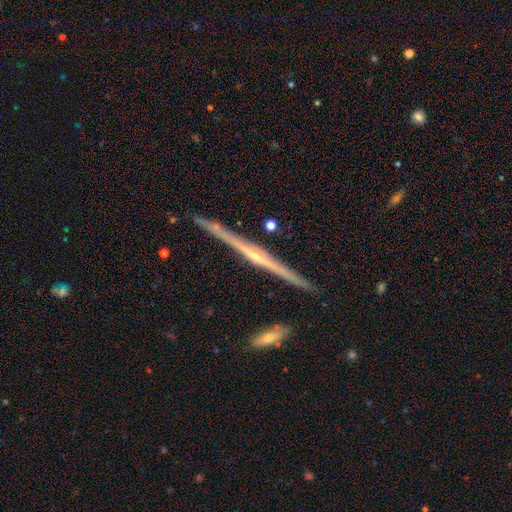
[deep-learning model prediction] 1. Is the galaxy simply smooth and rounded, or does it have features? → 86% featured or disk, 9% smooth, 5% star or artifact.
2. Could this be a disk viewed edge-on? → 98% yes, 2% no.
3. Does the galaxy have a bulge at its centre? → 73% rounded, 21% none, 6% boxy.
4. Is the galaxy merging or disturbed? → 90% none, 6% minor disturbance, 2% merger, 1% major disturbance.